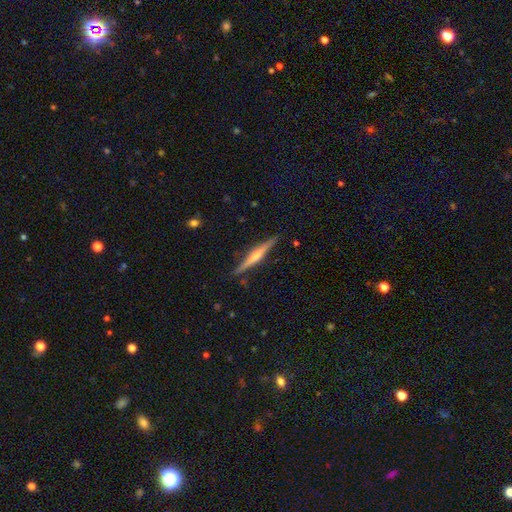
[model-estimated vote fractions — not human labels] A featured or disk galaxy (79%) viewed edge-on (98%) with a rounded central bulge (85%).

Vote fractions:
- Smooth or featured? featured or disk: 79% / smooth: 15% / star or artifact: 5%
- Edge-on disk? yes: 98% / no: 2%
- Edge-on bulge? rounded: 85% / boxy: 8% / none: 7%
- Merging? none: 90% / minor disturbance: 8% / major disturbance: 1% / merger: 1%